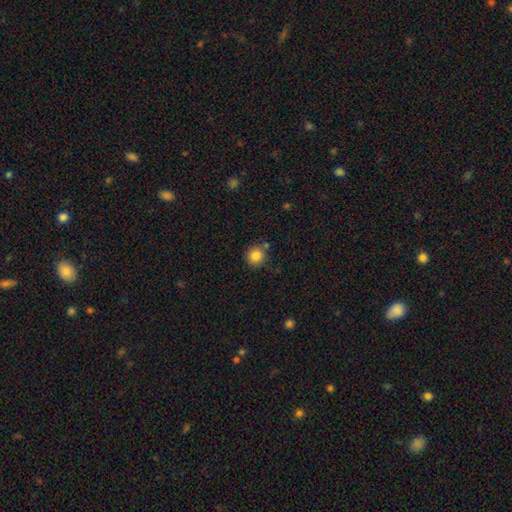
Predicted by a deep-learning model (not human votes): The model was most divided on "merging": none: 78%, minor disturbance: 11%, merger: 9%, major disturbance: 3%. More confident: how rounded — round (91%); smooth or featured — smooth (84%).